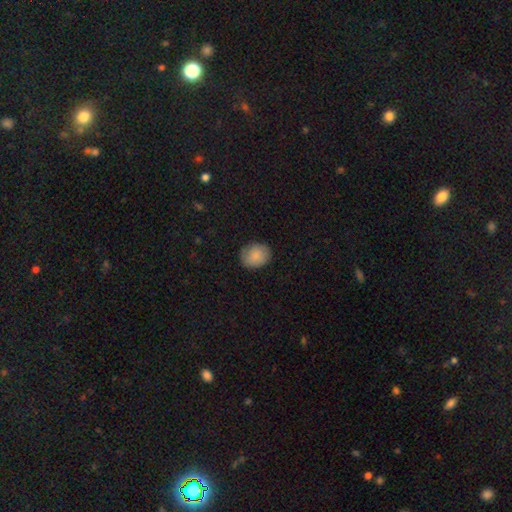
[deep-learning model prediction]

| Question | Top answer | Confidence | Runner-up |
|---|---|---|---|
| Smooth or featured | smooth | 85% | featured or disk (8%) |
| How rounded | round | 58% | in between (41%) |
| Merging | none | 81% | minor disturbance (15%) |